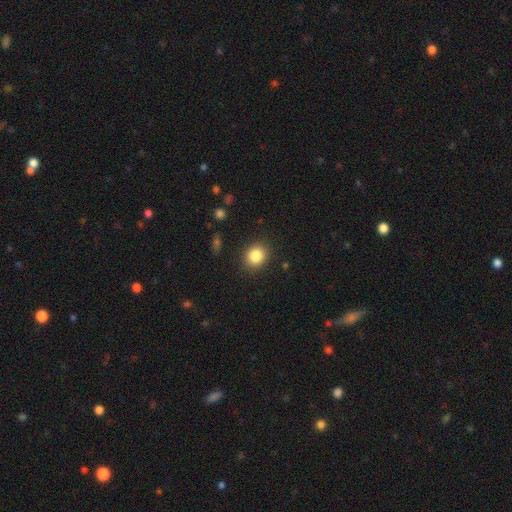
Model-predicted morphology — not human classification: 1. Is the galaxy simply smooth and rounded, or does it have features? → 84% smooth, 10% star or artifact, 6% featured or disk.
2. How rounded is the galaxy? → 72% round, 28% in between, 1% cigar-shaped.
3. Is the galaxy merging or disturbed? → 89% none, 8% minor disturbance, 2% major disturbance, 1% merger.